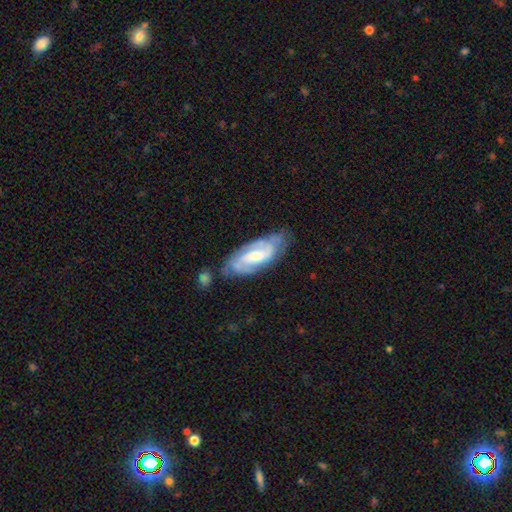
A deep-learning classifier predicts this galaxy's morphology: A featured or disk galaxy (76%) with a weak bar (46%), 2 (56%) tight (47%) spiral arms (91%) and a moderate central bulge (50%). Merging: none (66%).